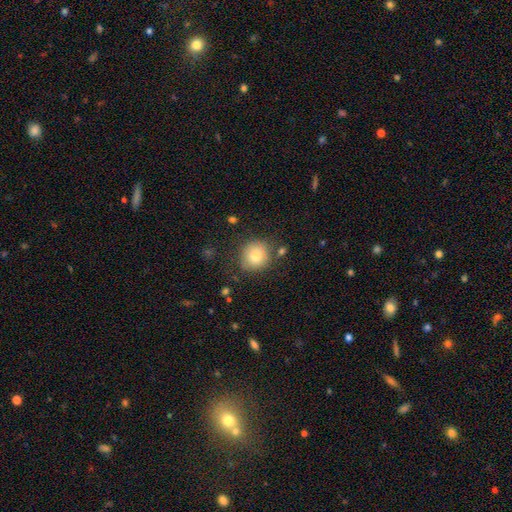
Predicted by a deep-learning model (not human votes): A smooth galaxy with no disk features (79%) that is round (91%).

Vote fractions:
- Smooth or featured? smooth: 79% / featured or disk: 11% / star or artifact: 10%
- How rounded? round: 91% / in between: 9% / cigar-shaped: 1%
- Merging? none: 80% / minor disturbance: 13% / merger: 4% / major disturbance: 4%